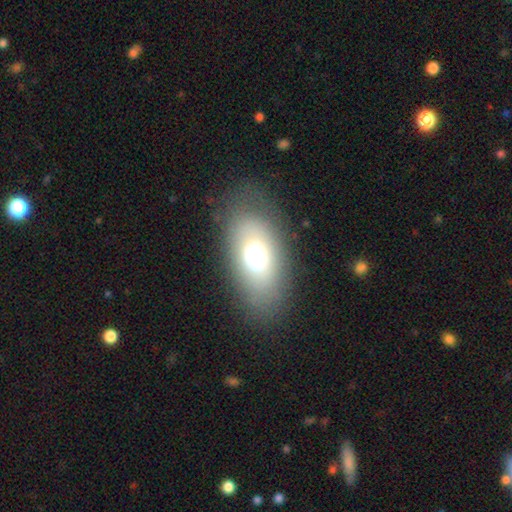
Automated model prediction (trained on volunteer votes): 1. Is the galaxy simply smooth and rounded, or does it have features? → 67% smooth, 22% featured or disk, 10% star or artifact.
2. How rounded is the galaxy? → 89% in between, 7% round, 3% cigar-shaped.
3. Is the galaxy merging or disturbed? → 75% none, 15% minor disturbance, 8% major disturbance, 1% merger.